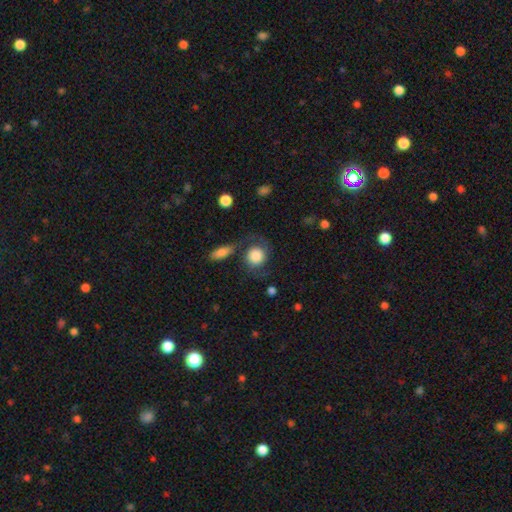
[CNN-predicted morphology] A smooth galaxy with no disk features (69%) that is round (86%).

Vote fractions:
- Smooth or featured? smooth: 69% / featured or disk: 23% / star or artifact: 7%
- How rounded? round: 86% / in between: 13% / cigar-shaped: 1%
- Merging? none: 60% / minor disturbance: 18% / major disturbance: 14% / merger: 7%